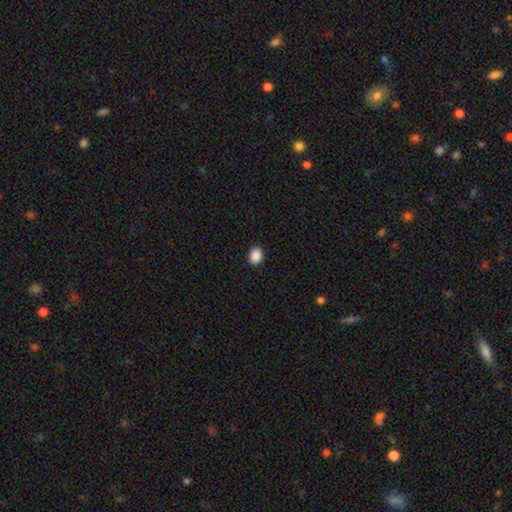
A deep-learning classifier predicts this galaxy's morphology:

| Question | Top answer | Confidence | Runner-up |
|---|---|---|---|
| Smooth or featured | smooth | 89% | star or artifact (8%) |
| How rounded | in between | 58% | round (41%) |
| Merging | none | 91% | minor disturbance (6%) |